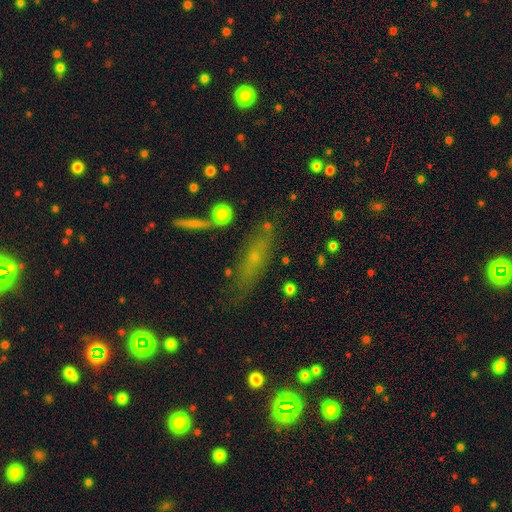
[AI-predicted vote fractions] smooth_or_featured: smooth (p=0.51) [alt: featured or disk p=0.33]
how_rounded: cigar-shaped (p=0.57) [alt: in between p=0.36]
merging: none (p=0.69) [alt: minor disturbance p=0.19]